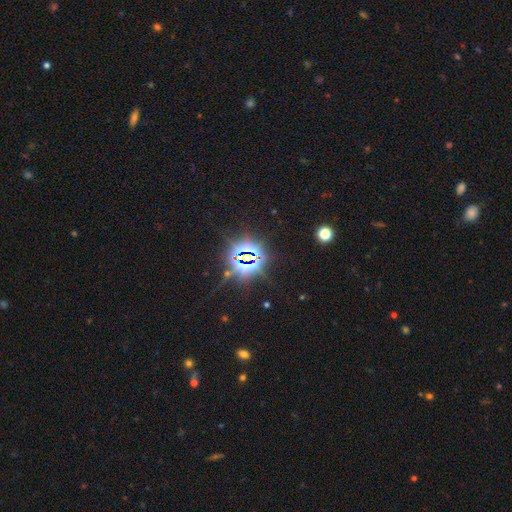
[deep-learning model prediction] A star or artifact, not a galaxy (83%).